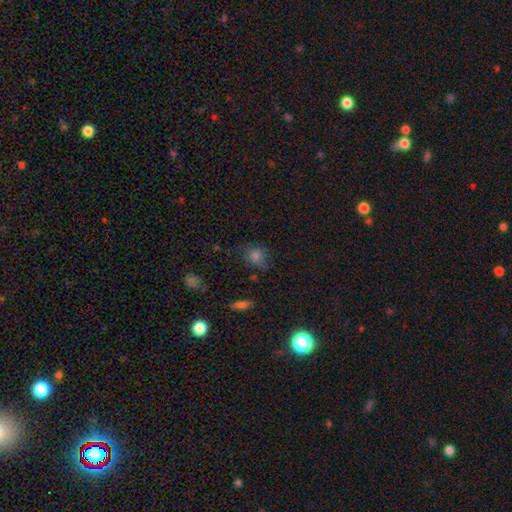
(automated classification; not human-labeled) Smooth or featured?
  - smooth: 72% *
  - star or artifact: 19%
  - featured or disk: 9%
How rounded?
  - round: 71% *
  - in between: 28%
  - cigar-shaped: 1%
Merging?
  - none: 72% *
  - minor disturbance: 20%
  - major disturbance: 5%
  - merger: 3%